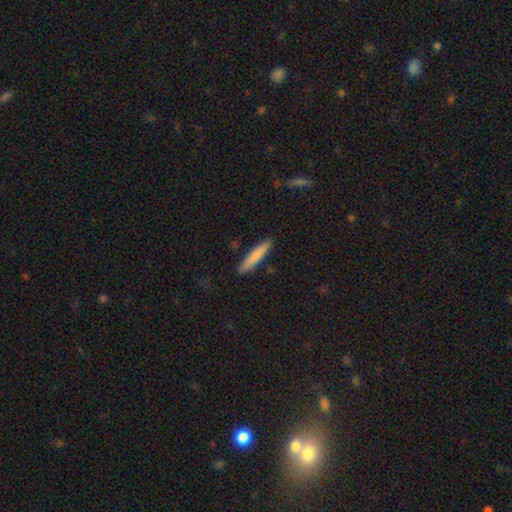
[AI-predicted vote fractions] The model was most divided on "smooth or featured": smooth: 78%, featured or disk: 16%, star or artifact: 6%. More confident: how rounded — cigar-shaped (91%); merging — none (89%).